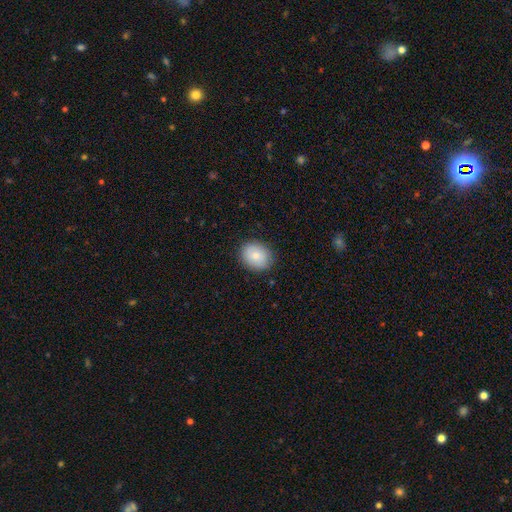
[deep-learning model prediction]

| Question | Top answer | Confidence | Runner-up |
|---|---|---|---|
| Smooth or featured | smooth | 81% | featured or disk (12%) |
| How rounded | round | 57% | in between (42%) |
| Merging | none | 86% | minor disturbance (10%) |